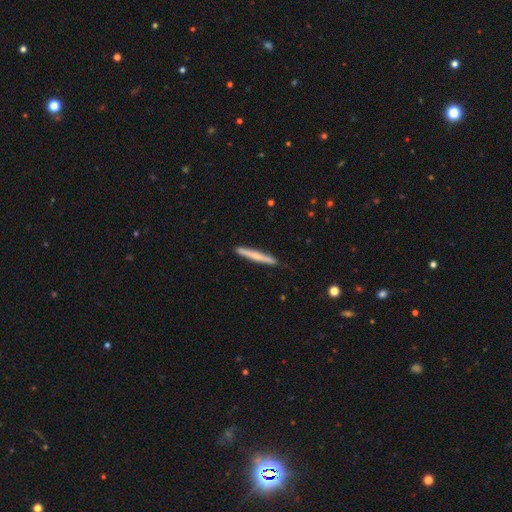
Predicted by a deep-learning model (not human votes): smooth 48%, featured or disk 46%, star or artifact 6%. Down the decision tree: merging — none (90%).